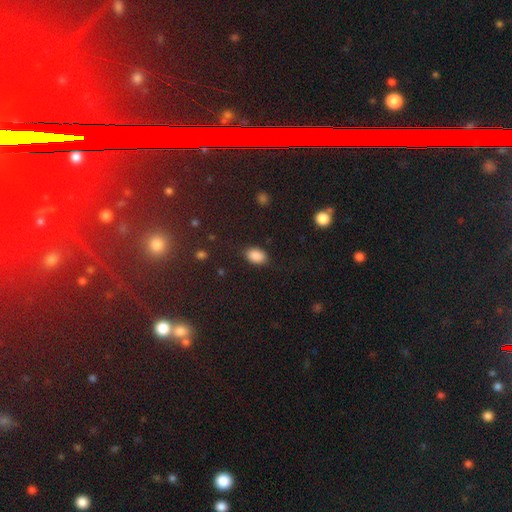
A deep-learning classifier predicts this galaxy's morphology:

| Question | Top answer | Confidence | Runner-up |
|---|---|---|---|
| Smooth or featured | smooth | 88% | star or artifact (8%) |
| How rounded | in between | 87% | round (12%) |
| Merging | none | 85% | minor disturbance (10%) |